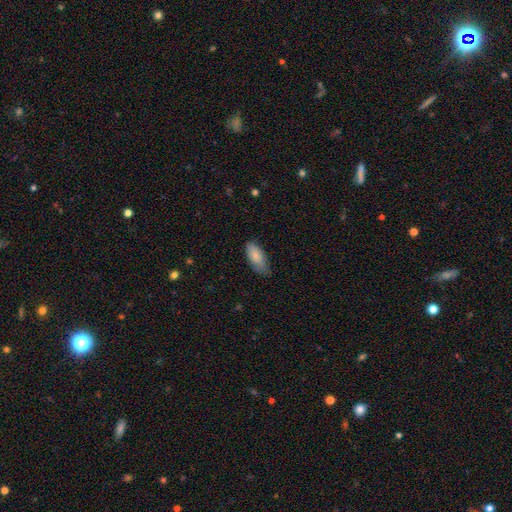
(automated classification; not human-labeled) Q: Smooth or featured?
A: smooth (82%); runner-up: featured or disk (12%)
Q: How rounded?
A: in between (87%); runner-up: cigar-shaped (11%)
Q: Merging?
A: none (63%); runner-up: minor disturbance (30%)